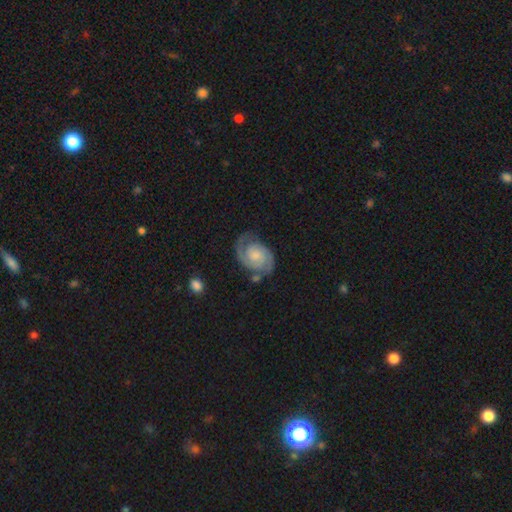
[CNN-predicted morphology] The model was most divided on "bulge size": moderate: 38%, small: 33%, none: 18%, large: 9%, dominant: 2%. Remaining: edge-on disk — no (98%); spiral arms — yes (97%); spiral arm count — 2 (87%); smooth or featured — featured or disk (85%); merging — none (70%); bar — no (64%); spiral winding — tight (50%).